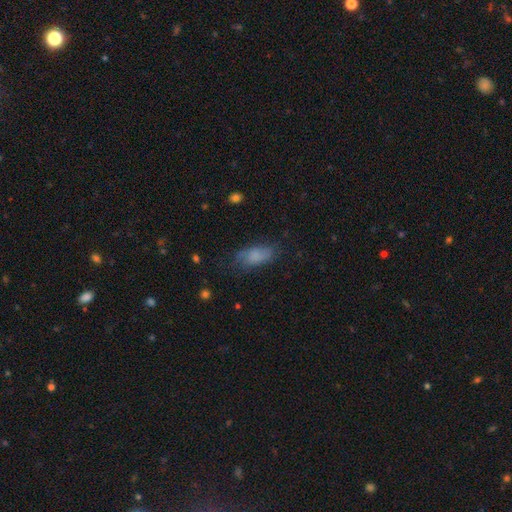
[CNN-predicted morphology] Smooth or featured: smooth — 70% (featured or disk — 20%)
How rounded: in between — 84% (cigar-shaped — 12%)
Merging: none — 58% (minor disturbance — 26%)